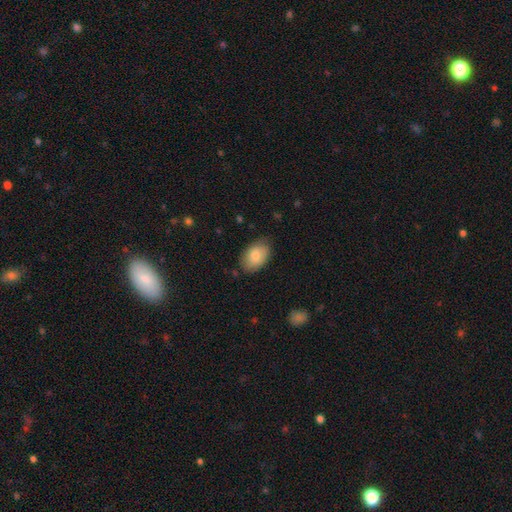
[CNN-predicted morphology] Q: Smooth or featured?
A: smooth (84%); runner-up: featured or disk (10%)
Q: How rounded?
A: in between (91%); runner-up: round (8%)
Q: Merging?
A: none (79%); runner-up: minor disturbance (16%)